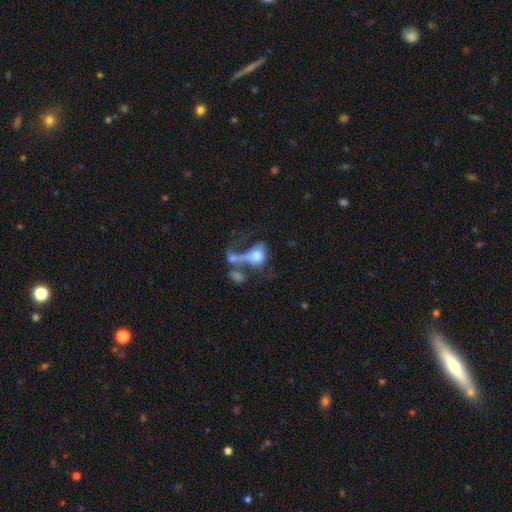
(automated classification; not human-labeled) Smooth or featured? smooth (54%)
How rounded? in between (63%)
Merging? merger (46%)